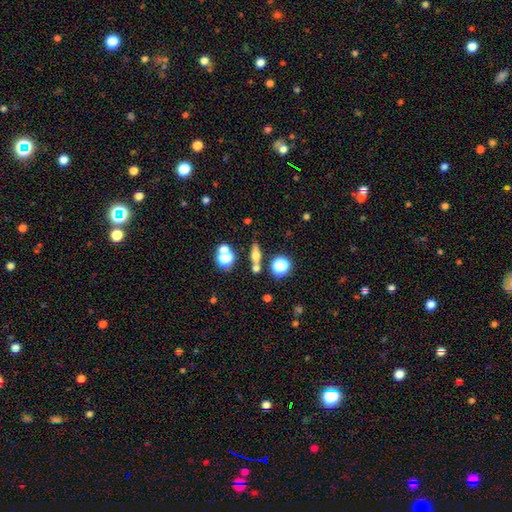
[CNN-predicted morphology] Smooth or featured?
  - smooth: 47% *
  - featured or disk: 36%
  - star or artifact: 17%
Merging?
  - none: 72% *
  - merger: 14%
  - minor disturbance: 10%
  - major disturbance: 4%